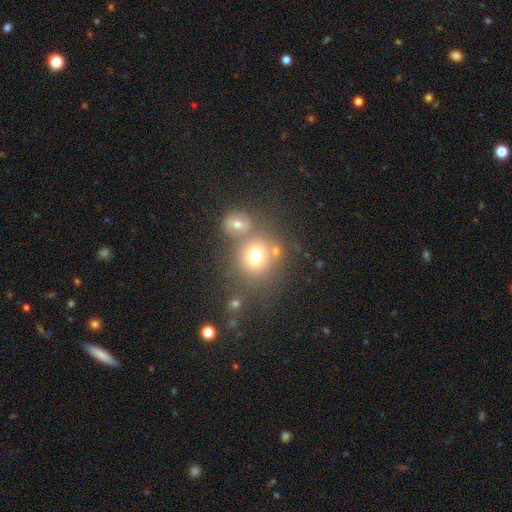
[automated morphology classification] A smooth galaxy with no disk features (73%) that is round (84%).

Vote fractions:
- Smooth or featured? smooth: 73% / star or artifact: 14% / featured or disk: 13%
- How rounded? round: 84% / in between: 16% / cigar-shaped: 1%
- Merging? none: 56% / merger: 28% / minor disturbance: 10% / major disturbance: 5%